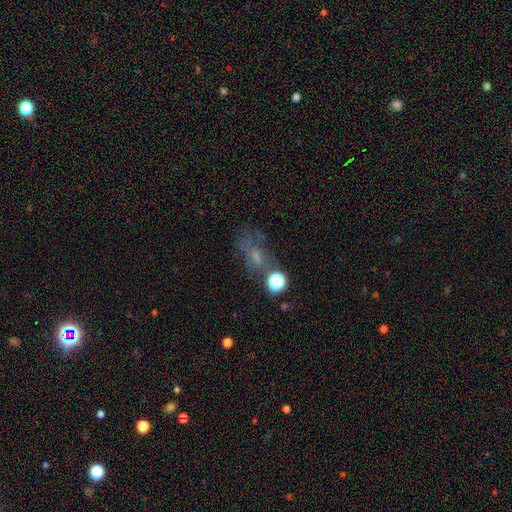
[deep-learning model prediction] Q: Smooth or featured?
A: smooth (44%); runner-up: featured or disk (29%)
Q: Merging?
A: none (39%); runner-up: major disturbance (28%)